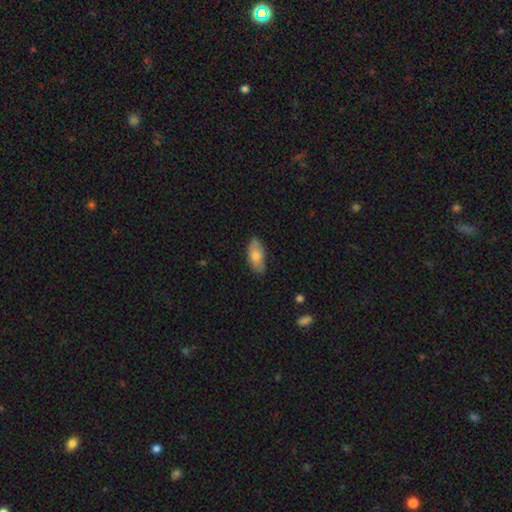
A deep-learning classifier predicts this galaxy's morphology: Smooth or featured? Predicted: smooth (p=0.74). How rounded? Predicted: in between (p=0.90). Merging? Predicted: none (p=0.77).